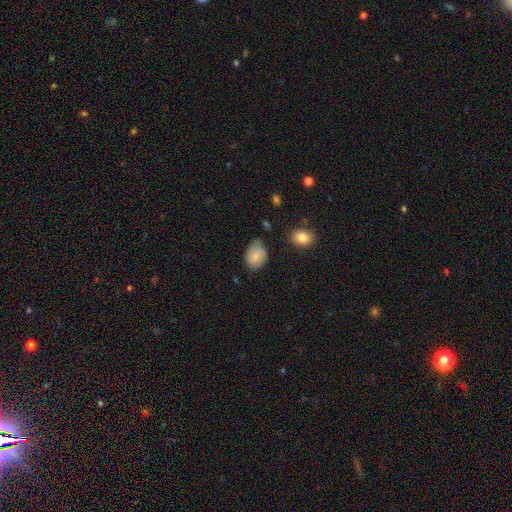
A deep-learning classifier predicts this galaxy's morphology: smooth_or_featured: smooth (p=0.81) [alt: featured or disk p=0.12]
how_rounded: in between (p=0.65) [alt: round p=0.34]
merging: none (p=0.53) [alt: minor disturbance p=0.36]